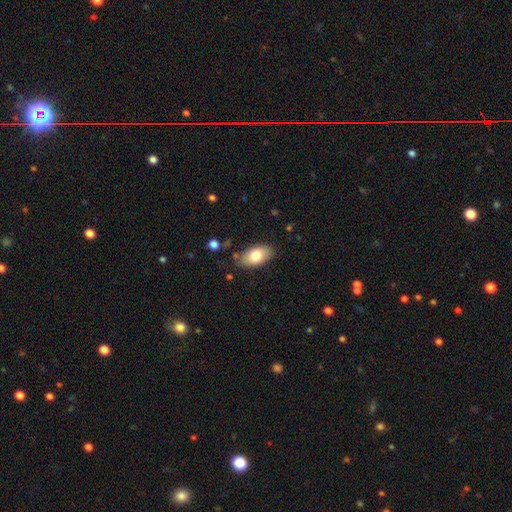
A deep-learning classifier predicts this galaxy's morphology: Smooth or featured?
  - smooth: 79% *
  - featured or disk: 15%
  - star or artifact: 7%
How rounded?
  - in between: 93% *
  - round: 4%
  - cigar-shaped: 3%
Merging?
  - none: 81% *
  - minor disturbance: 14%
  - major disturbance: 3%
  - merger: 2%